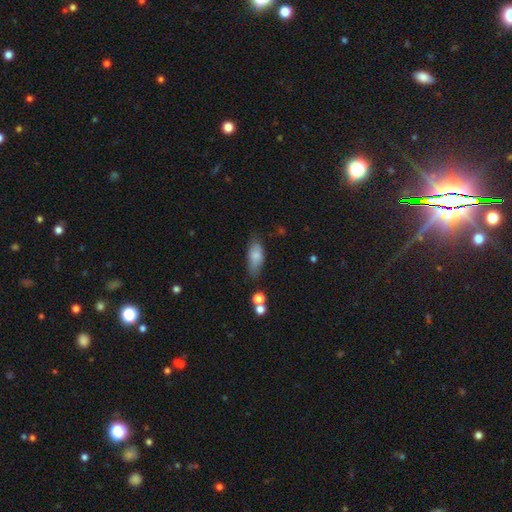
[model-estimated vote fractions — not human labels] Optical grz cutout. It shows a smooth galaxy with no disk features (80%) that is in between round and cigar-shaped (81%). Merging: none (62%).